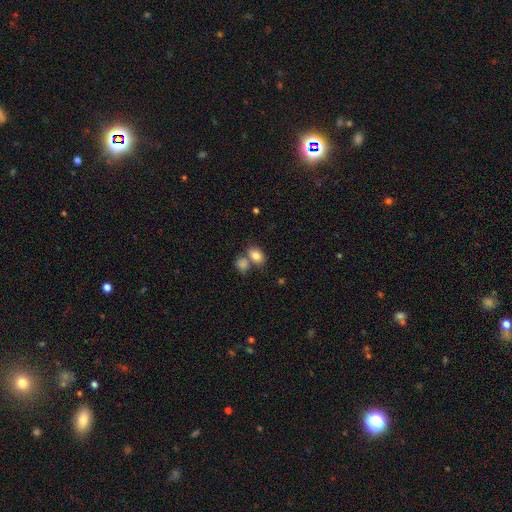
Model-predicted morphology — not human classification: smooth-or-featured: smooth: 83% | star or artifact: 9% | featured or disk: 8%
  how-rounded: in between: 74% | round: 24% | cigar-shaped: 1%
  merging: none: 45% | merger: 39% | minor disturbance: 12% | major disturbance: 4%